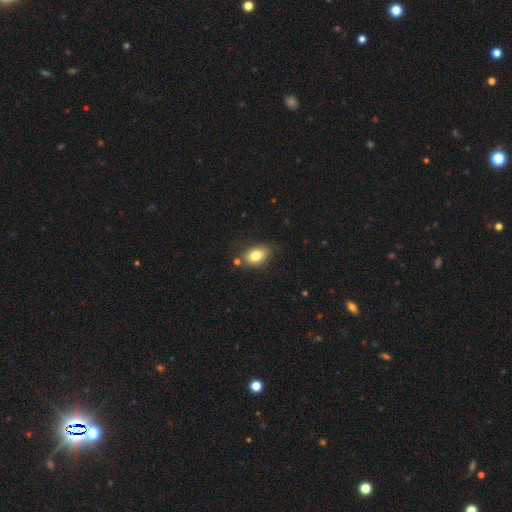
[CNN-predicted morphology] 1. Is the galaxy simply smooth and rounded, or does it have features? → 80% smooth, 11% featured or disk, 8% star or artifact.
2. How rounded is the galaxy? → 84% in between, 14% round, 1% cigar-shaped.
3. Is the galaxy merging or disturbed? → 75% none, 15% minor disturbance, 7% merger, 3% major disturbance.